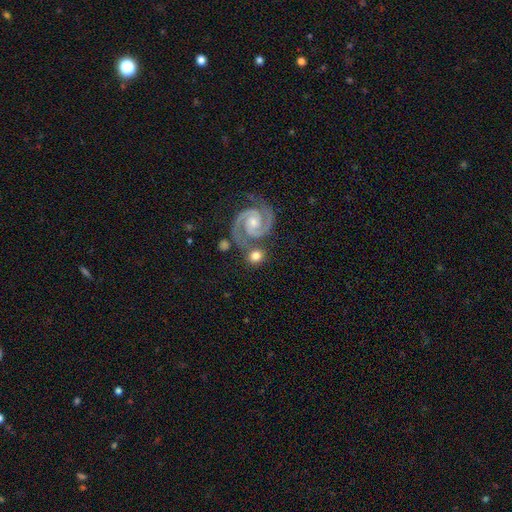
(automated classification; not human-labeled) The model was most divided on "bulge size" (2-way tie): moderate: 43%, small: 43%, large: 7%, none: 5%, dominant: 2%. Remaining: edge-on disk — no (96%); spiral arms — yes (96%); spiral arm count — 2 (92%); merging — none (67%); bar — no (60%); smooth or featured — featured or disk (60%); spiral winding — medium (48%).